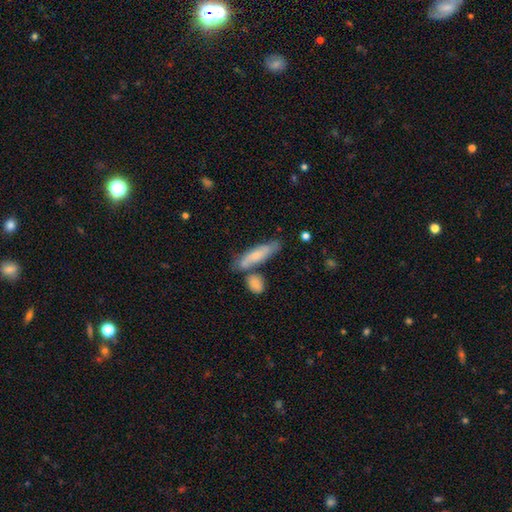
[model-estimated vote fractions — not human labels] Smooth or featured?
  - smooth: 65% *
  - featured or disk: 29%
  - star or artifact: 6%
How rounded?
  - cigar-shaped: 69% *
  - in between: 28%
  - round: 2%
Merging?
  - none: 60% *
  - merger: 19%
  - minor disturbance: 17%
  - major disturbance: 4%